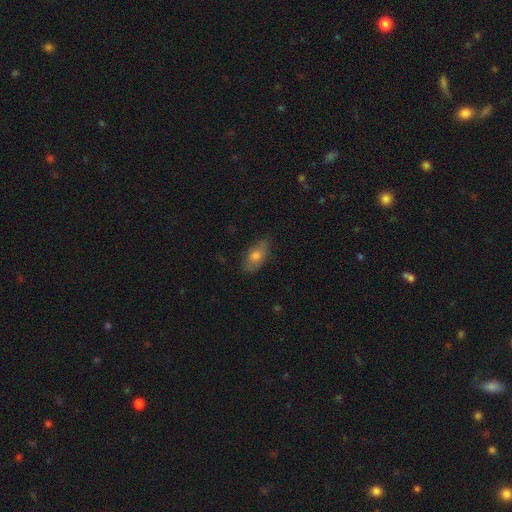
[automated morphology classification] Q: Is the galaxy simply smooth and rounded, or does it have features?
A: smooth — 70%.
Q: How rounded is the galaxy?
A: in between — 88%.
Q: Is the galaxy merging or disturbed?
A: none — 76%.